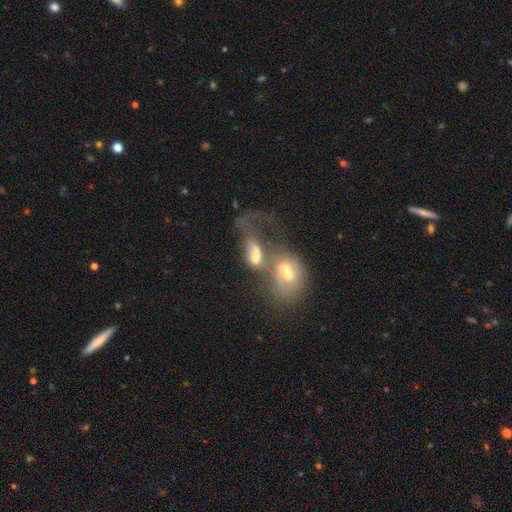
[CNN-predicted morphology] The model was most divided on "smooth or featured": smooth: 49%, featured or disk: 40%, star or artifact: 12%. More confident: merging — merger (69%).